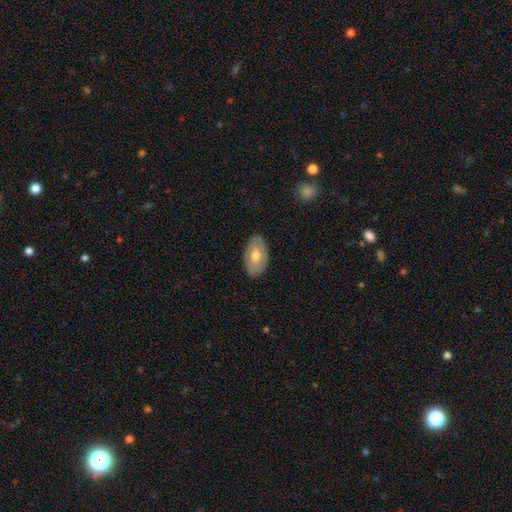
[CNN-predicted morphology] Overall: smooth (58%; featured or disk 36%). How rounded: in between (93%). Merging: none (84%).